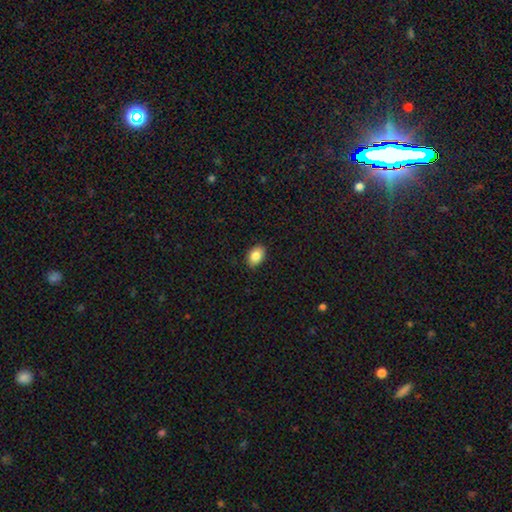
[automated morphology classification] smooth_or_featured: smooth (p=0.85) [alt: star or artifact p=0.08]
how_rounded: in between (p=0.85) [alt: round p=0.14]
merging: none (p=0.89) [alt: minor disturbance p=0.08]